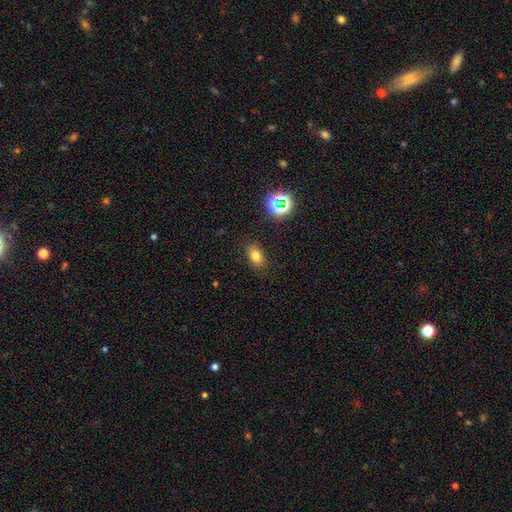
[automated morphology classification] smooth 74%, star or artifact 16%, featured or disk 9%. Down the decision tree: how rounded — in between (84%); merging — none (85%).